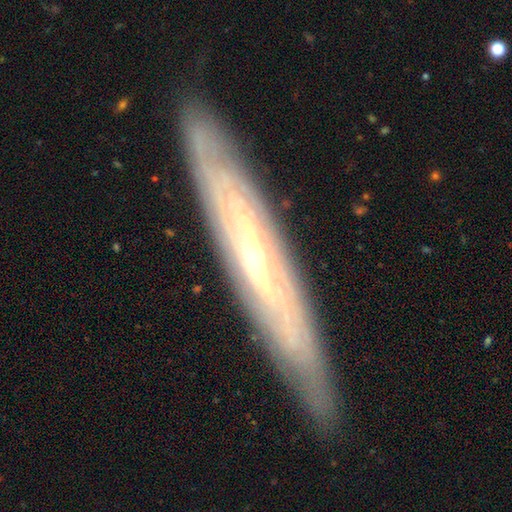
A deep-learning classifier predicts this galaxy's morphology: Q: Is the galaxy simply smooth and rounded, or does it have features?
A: featured or disk — 81%.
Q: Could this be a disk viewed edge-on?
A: yes — 54%.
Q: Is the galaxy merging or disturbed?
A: none — 86%.